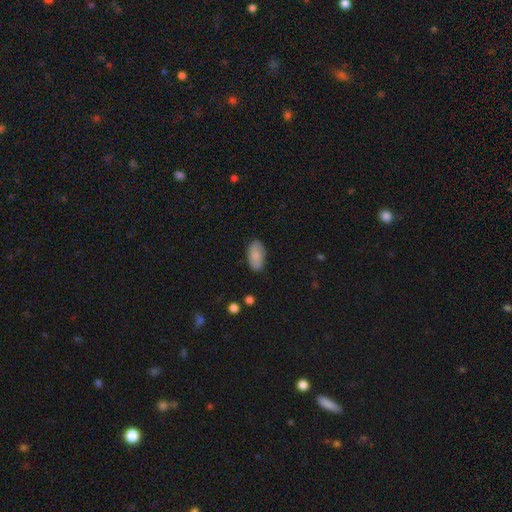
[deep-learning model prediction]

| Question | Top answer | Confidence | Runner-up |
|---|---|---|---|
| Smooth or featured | smooth | 81% | featured or disk (12%) |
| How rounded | in between | 94% | round (3%) |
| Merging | none | 83% | minor disturbance (13%) |